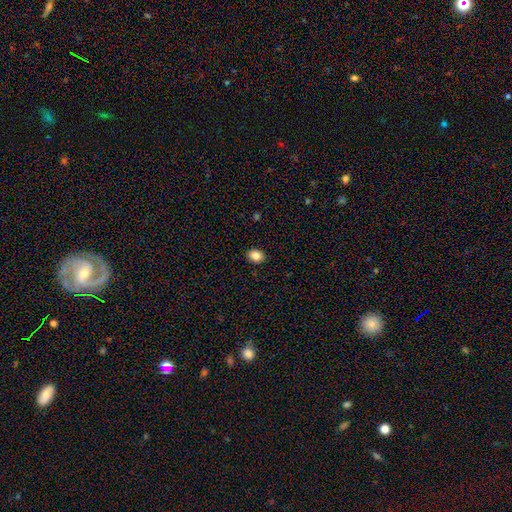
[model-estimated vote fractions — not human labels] Smooth or featured: smooth — 85% (star or artifact — 9%)
How rounded: in between — 55% (round — 45%)
Merging: none — 90% (minor disturbance — 7%)